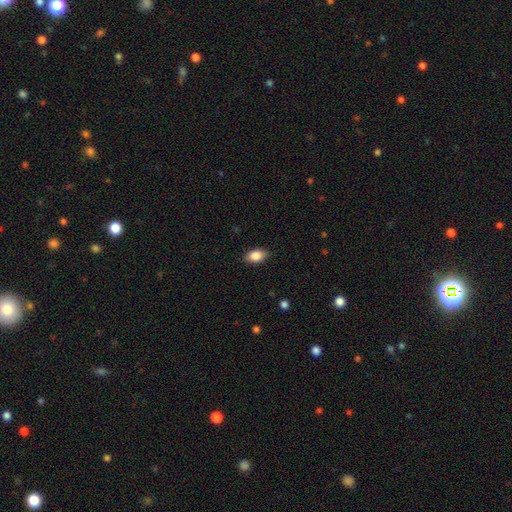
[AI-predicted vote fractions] A smooth galaxy with no disk features (86%) that is in between round and cigar-shaped (89%). Merging: none (86%).